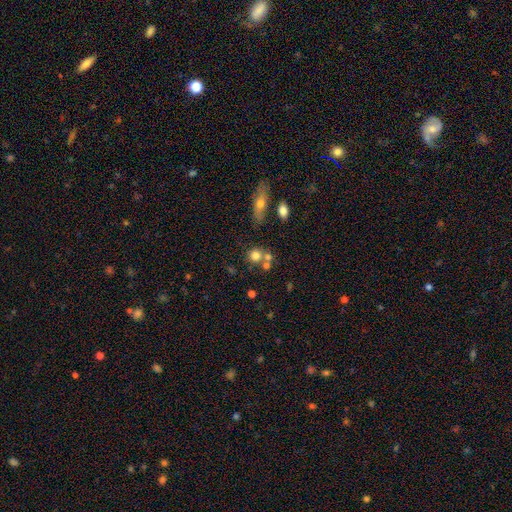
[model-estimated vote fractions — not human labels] Smooth or featured?
  - smooth: 73% *
  - featured or disk: 15%
  - star or artifact: 13%
How rounded?
  - round: 84% *
  - in between: 14%
  - cigar-shaped: 1%
Merging?
  - none: 48% *
  - merger: 38%
  - minor disturbance: 9%
  - major disturbance: 4%